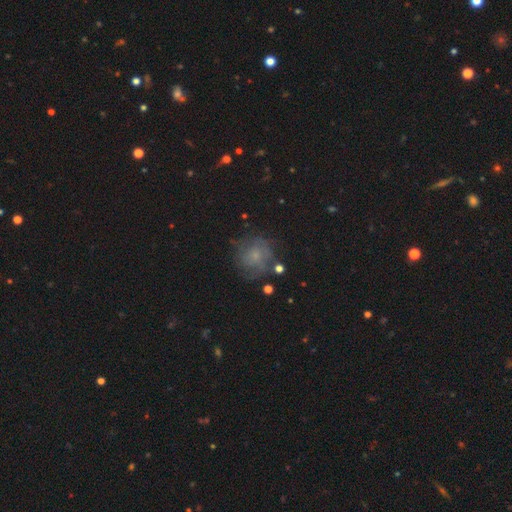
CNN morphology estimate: smooth 43%, featured or disk 42%, star or artifact 15%. Down the decision tree: merging — none (64%).